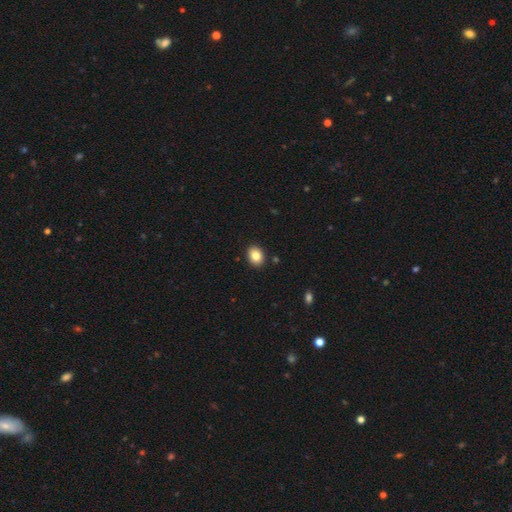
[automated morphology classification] smooth_or_featured: smooth (p=0.84) [alt: star or artifact p=0.09]
how_rounded: in between (p=0.57) [alt: round p=0.42]
merging: none (p=0.90) [alt: minor disturbance p=0.07]